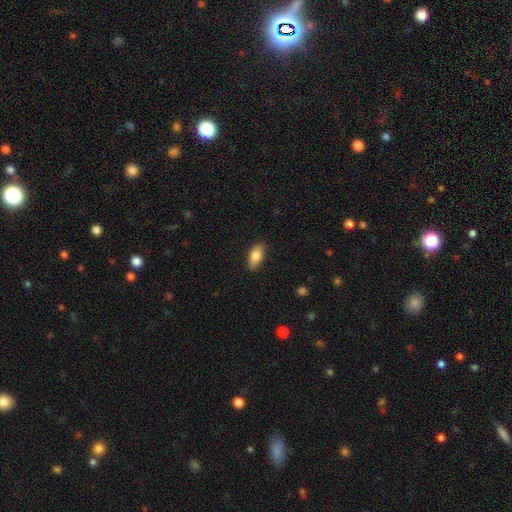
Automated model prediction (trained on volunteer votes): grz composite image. It shows a smooth galaxy with no disk features (81%) that is in between round and cigar-shaped (87%). Merging: none (87%).